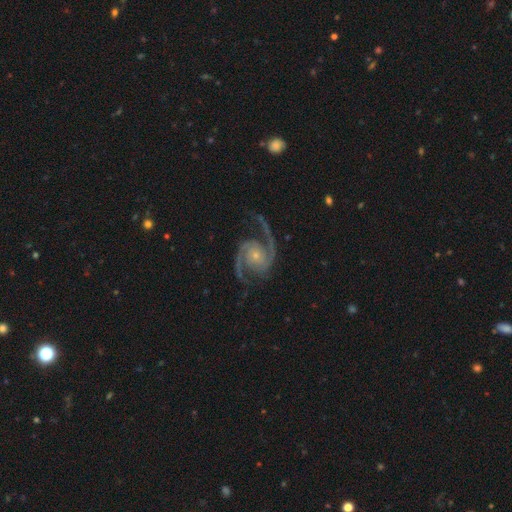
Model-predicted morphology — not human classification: Q: Smooth or featured?
A: featured or disk (94%); runner-up: star or artifact (4%)
Q: Edge-on disk?
A: no (98%); runner-up: yes (2%)
Q: Bar?
A: no (71%); runner-up: weak (21%)
Q: Spiral arms?
A: yes (99%); runner-up: no (1%)
Q: Spiral winding?
A: medium (60%); runner-up: tight (21%)
Q: Spiral arm count?
A: 2 (92%); runner-up: 3 (3%)
Q: Bulge size?
A: small (71%); runner-up: moderate (24%)
Q: Merging?
A: none (78%); runner-up: minor disturbance (13%)